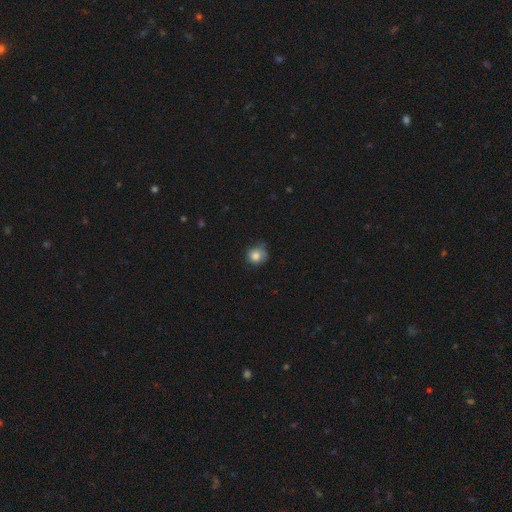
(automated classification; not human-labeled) Q: Smooth or featured?
A: smooth (82%); runner-up: star or artifact (10%)
Q: How rounded?
A: round (83%); runner-up: in between (16%)
Q: Merging?
A: none (59%); runner-up: minor disturbance (32%)